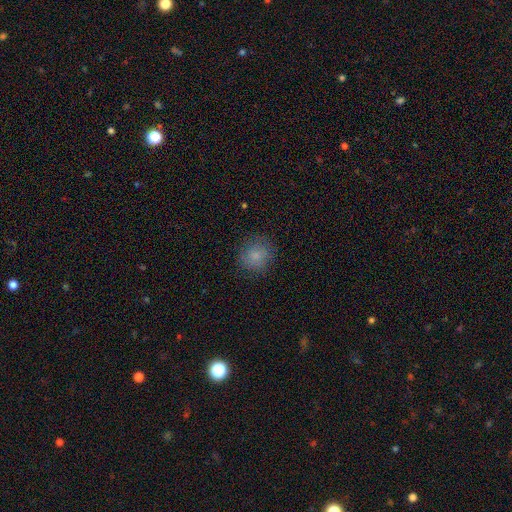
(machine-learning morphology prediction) smooth-or-featured: smooth: 82% | star or artifact: 9% | featured or disk: 8%
  how-rounded: round: 86% | in between: 13% | cigar-shaped: 1%
  merging: none: 83% | minor disturbance: 12% | major disturbance: 4% | merger: 1%